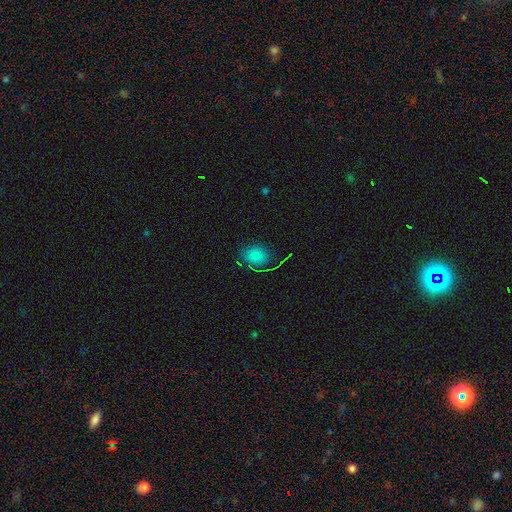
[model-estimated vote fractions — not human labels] Morphology: type=smooth (76%); roundness=in between (55%); merging=none (80%).